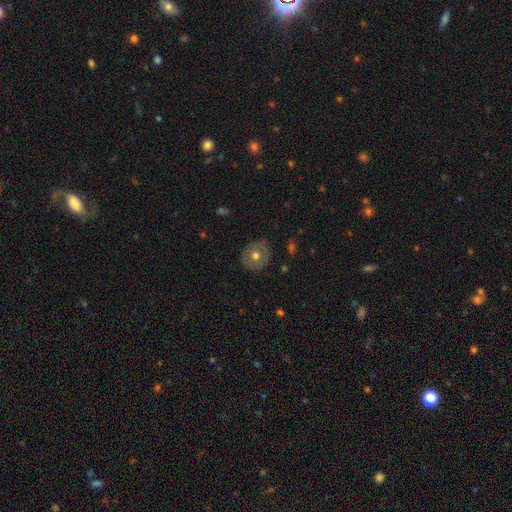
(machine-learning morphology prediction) Q: Smooth or featured?
A: smooth (60%); runner-up: featured or disk (32%)
Q: How rounded?
A: round (85%); runner-up: in between (14%)
Q: Merging?
A: none (84%); runner-up: minor disturbance (12%)